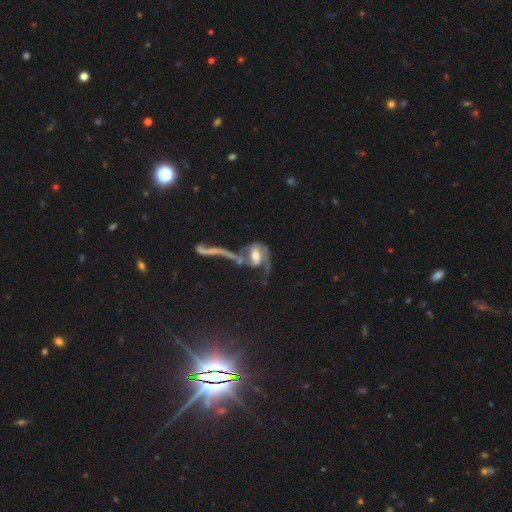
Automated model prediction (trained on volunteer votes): Smooth or featured: featured or disk — 72% (smooth — 20%)
Edge-on disk: no — 93% (yes — 7%)
Bar: weak — 38% (no — 37%)
Spiral arms: yes — 78% (no — 22%)
Spiral winding: loose — 59% (medium — 28%)
Spiral arm count: 2 — 56% (1 — 30%)
Bulge size: moderate — 47% (large — 24%)
Merging: merger — 42% (major disturbance — 29%)